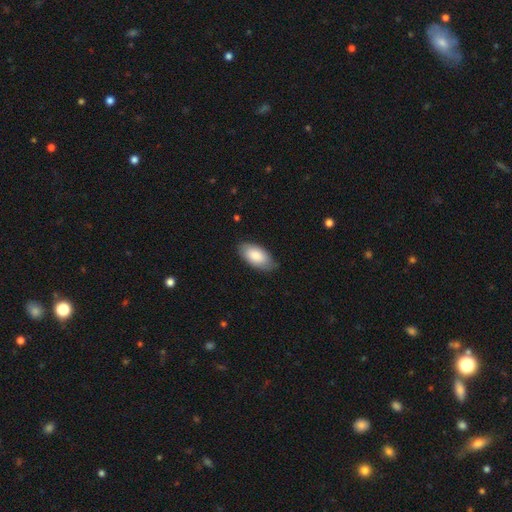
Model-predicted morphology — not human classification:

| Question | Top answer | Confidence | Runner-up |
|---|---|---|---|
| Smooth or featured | smooth | 83% | featured or disk (12%) |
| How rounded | in between | 95% | cigar-shaped (3%) |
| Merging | none | 79% | minor disturbance (17%) |